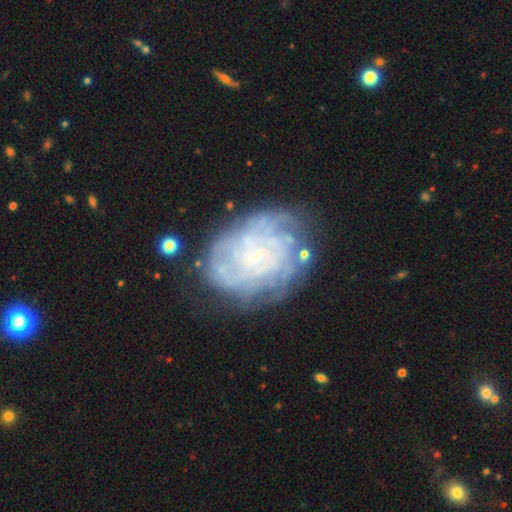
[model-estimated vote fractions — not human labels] smooth-or-featured: featured or disk: 81% | smooth: 11% | star or artifact: 7%
  disk-edge-on: no: 97% | yes: 3%
    bar: no: 75% | weak: 21% | strong: 5%
    has-spiral-arms: yes: 91% | no: 9%
      spiral-winding: tight: 74% | medium: 20% | loose: 6%
      spiral-arm-count: can't tell: 40% | 4: 19% | more than 4: 17% | 3: 10% | 2: 8% | 1: 6%
    bulge-size: small: 86% | moderate: 8% | none: 4% | large: 1% | dominant: 1%
  merging: none: 67% | minor disturbance: 20% | major disturbance: 10% | merger: 3%